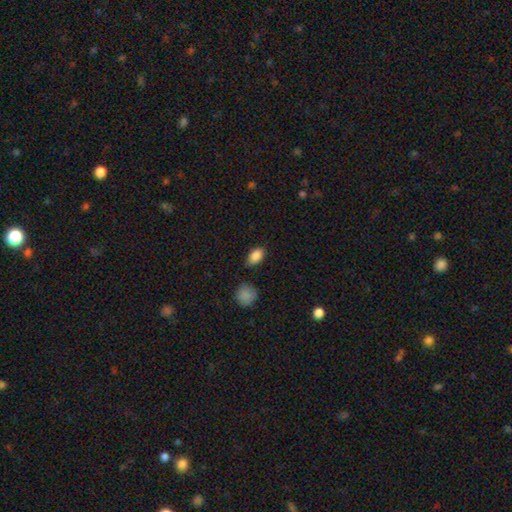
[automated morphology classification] Q: Smooth or featured?
A: smooth (87%); runner-up: star or artifact (8%)
Q: How rounded?
A: in between (88%); runner-up: round (10%)
Q: Merging?
A: none (76%); runner-up: minor disturbance (18%)